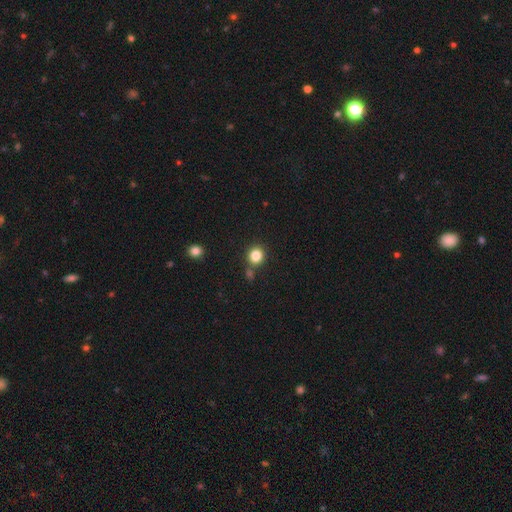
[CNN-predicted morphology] The model was most divided on "merging": none: 77%, merger: 11%, minor disturbance: 9%, major disturbance: 3%. More confident: how rounded — round (87%); smooth or featured — smooth (84%).